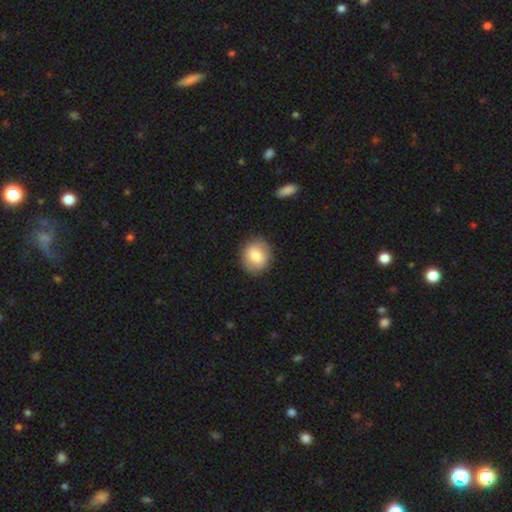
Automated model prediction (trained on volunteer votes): Smooth or featured: smooth — 80% (featured or disk — 13%)
How rounded: round — 72% (in between — 27%)
Merging: none — 87% (minor disturbance — 9%)